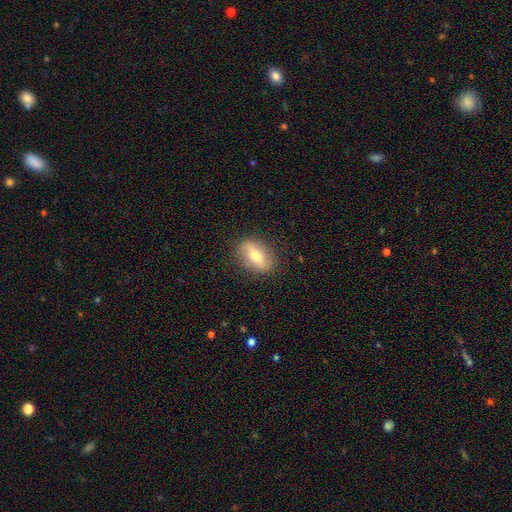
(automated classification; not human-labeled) smooth_or_featured: smooth (p=0.54) [alt: featured or disk p=0.39]
how_rounded: in between (p=0.80) [alt: round p=0.14]
merging: none (p=0.85) [alt: minor disturbance p=0.11]